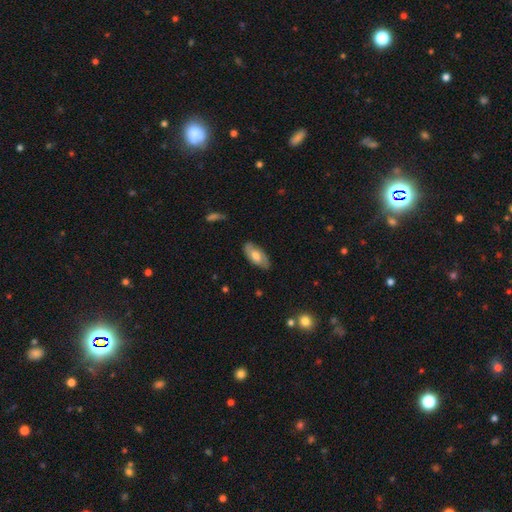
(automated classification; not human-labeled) This is possibly a smooth galaxy (48%). Merging: clearly none (80%).